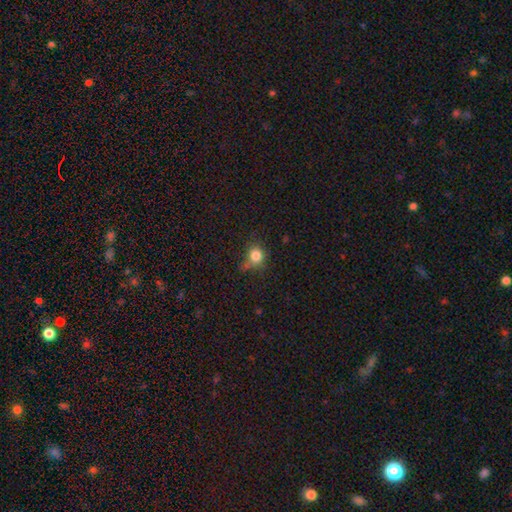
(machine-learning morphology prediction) This is clearly a smooth galaxy (81%). How rounded: likely round (78%). Merging: likely none (60%).